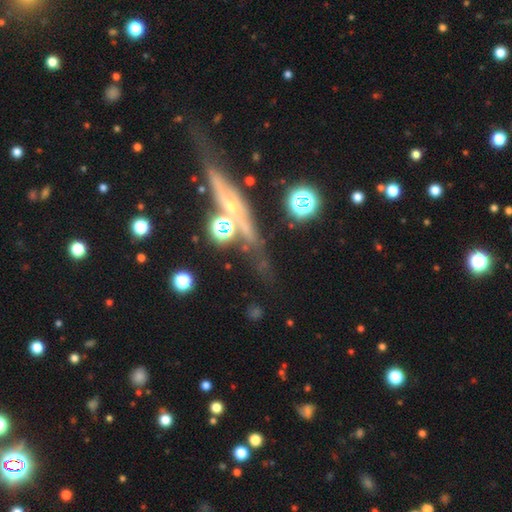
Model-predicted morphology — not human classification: Smooth or featured?
  - featured or disk: 61% *
  - star or artifact: 20%
  - smooth: 19%
Edge-on disk?
  - yes: 83% *
  - no: 17%
Edge-on bulge?
  - rounded: 59% *
  - none: 30%
  - boxy: 10%
Merging?
  - none: 68% *
  - minor disturbance: 14%
  - merger: 10%
  - major disturbance: 7%